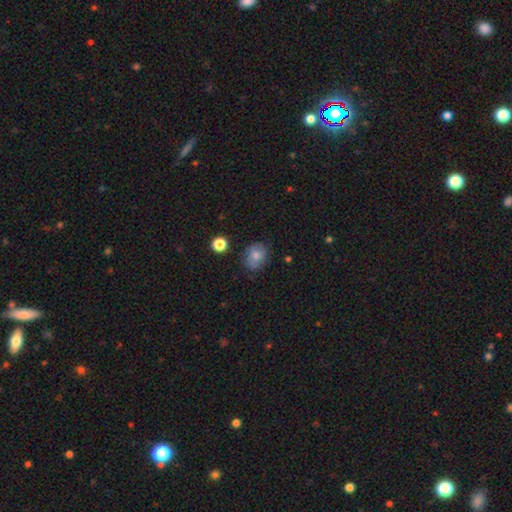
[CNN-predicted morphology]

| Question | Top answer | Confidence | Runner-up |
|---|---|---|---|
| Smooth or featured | smooth | 70% | featured or disk (20%) |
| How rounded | round | 55% | in between (44%) |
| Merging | none | 67% | minor disturbance (23%) |